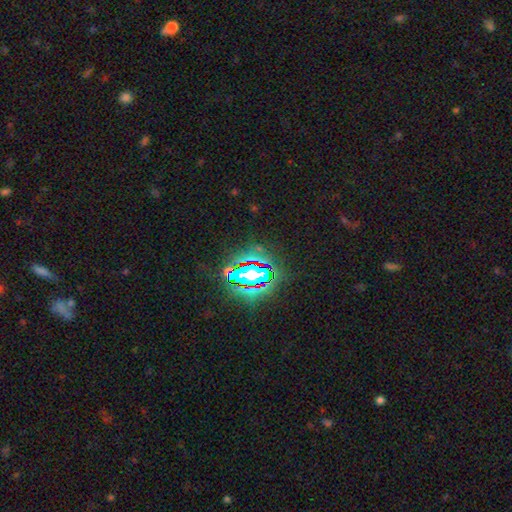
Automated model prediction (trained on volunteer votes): This is clearly a star or artifact rather than a galaxy (80%).